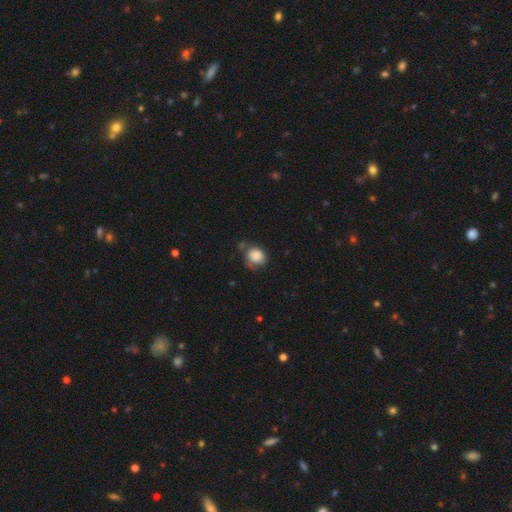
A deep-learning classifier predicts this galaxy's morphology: Smooth or featured? smooth (85%)
How rounded? round (74%)
Merging? none (52%)